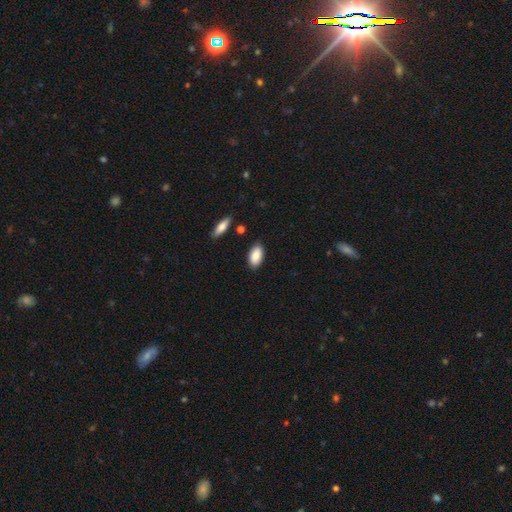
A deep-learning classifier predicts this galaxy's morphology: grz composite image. It shows a smooth galaxy with no disk features (87%) that is in between round and cigar-shaped (93%). Merging: none (86%).